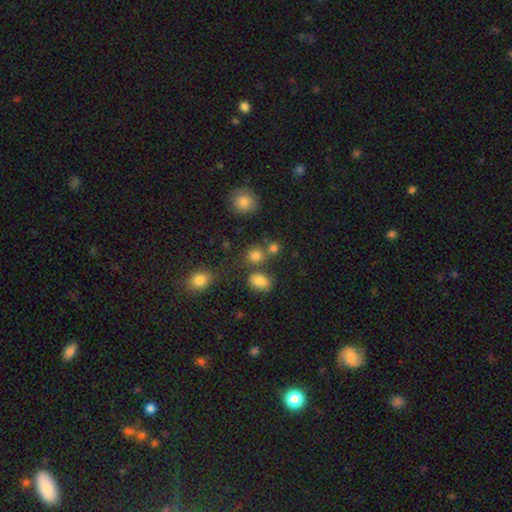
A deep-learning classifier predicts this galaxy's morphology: Q: Smooth or featured?
A: smooth (79%); runner-up: star or artifact (15%)
Q: How rounded?
A: round (77%); runner-up: in between (22%)
Q: Merging?
A: none (67%); runner-up: merger (19%)